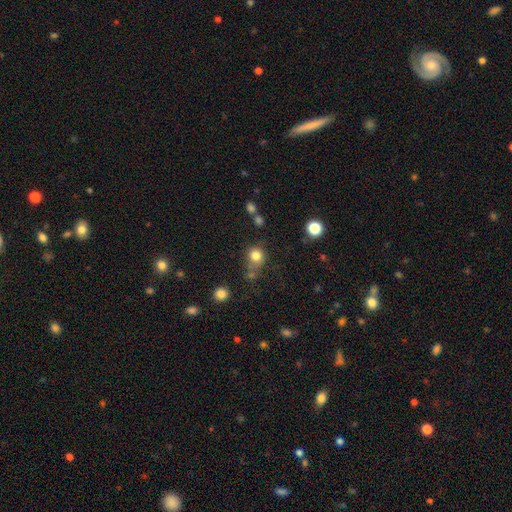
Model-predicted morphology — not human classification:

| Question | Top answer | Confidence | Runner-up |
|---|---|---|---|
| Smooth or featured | smooth | 81% | star or artifact (13%) |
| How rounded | round | 84% | in between (15%) |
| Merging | none | 60% | minor disturbance (18%) |